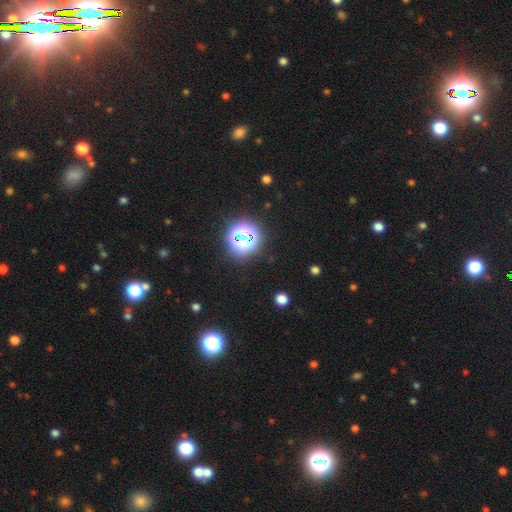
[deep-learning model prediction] Smooth or featured?
  - star or artifact: 77% *
  - smooth: 16%
  - featured or disk: 6%